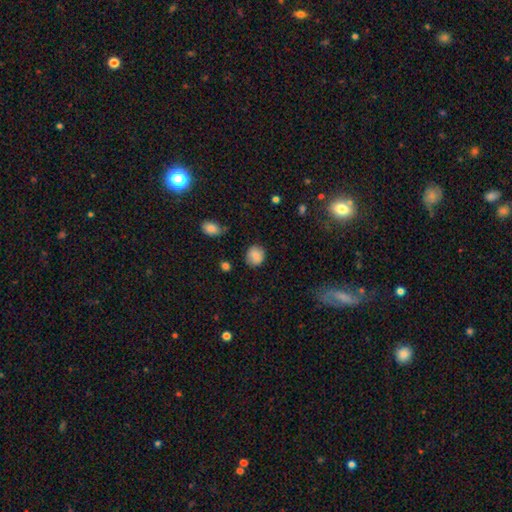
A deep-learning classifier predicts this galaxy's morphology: smooth 84%, star or artifact 8%, featured or disk 8%. Down the decision tree: how rounded — round (79%); merging — none (79%).